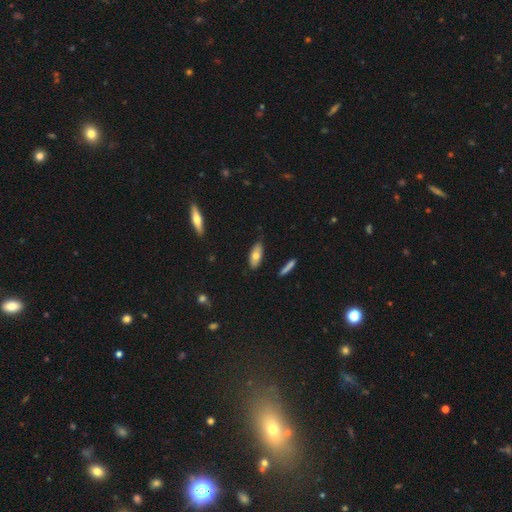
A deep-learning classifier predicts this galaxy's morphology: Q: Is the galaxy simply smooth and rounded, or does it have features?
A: smooth — 69%.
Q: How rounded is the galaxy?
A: in between — 77%.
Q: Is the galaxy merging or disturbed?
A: none — 80%.